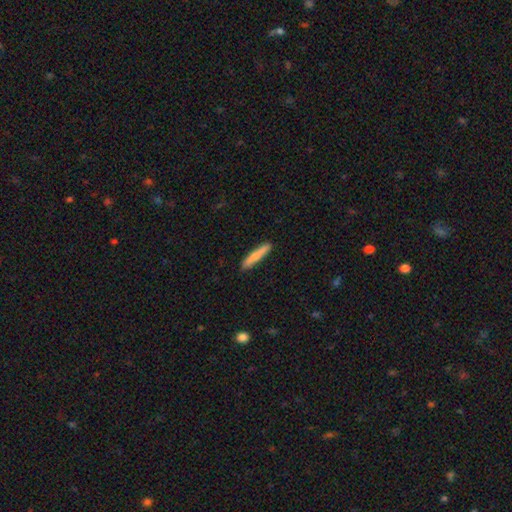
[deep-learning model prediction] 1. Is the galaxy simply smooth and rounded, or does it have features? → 72% smooth, 23% featured or disk, 5% star or artifact.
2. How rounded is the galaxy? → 92% cigar-shaped, 7% in between, 1% round.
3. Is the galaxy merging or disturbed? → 88% none, 9% minor disturbance, 2% major disturbance, 1% merger.